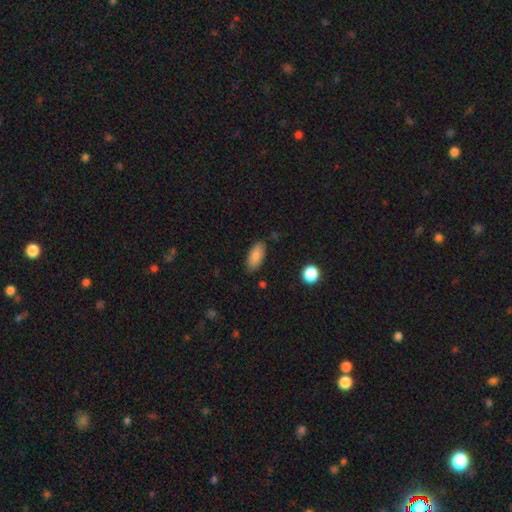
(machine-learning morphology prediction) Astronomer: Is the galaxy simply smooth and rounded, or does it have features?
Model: smooth — 86%.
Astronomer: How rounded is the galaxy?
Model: in between — 88%.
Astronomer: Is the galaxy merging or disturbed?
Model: none — 82%.